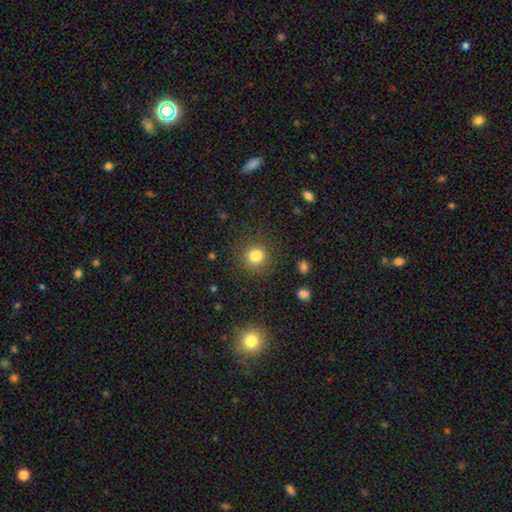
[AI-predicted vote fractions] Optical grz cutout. It shows a smooth galaxy with no disk features (82%) that is round (87%). Merging: none (85%).